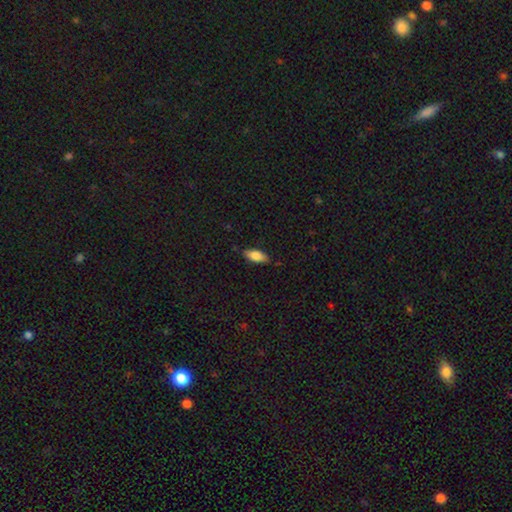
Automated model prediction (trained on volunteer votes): Overall: smooth (81%). How rounded: in between (82%). Merging: none (83%).